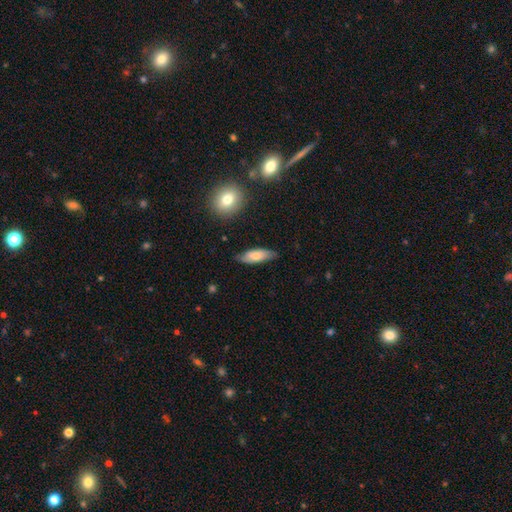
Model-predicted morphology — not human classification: Q: Smooth or featured?
A: smooth (69%); runner-up: featured or disk (25%)
Q: How rounded?
A: in between (66%); runner-up: cigar-shaped (32%)
Q: Merging?
A: none (76%); runner-up: minor disturbance (19%)